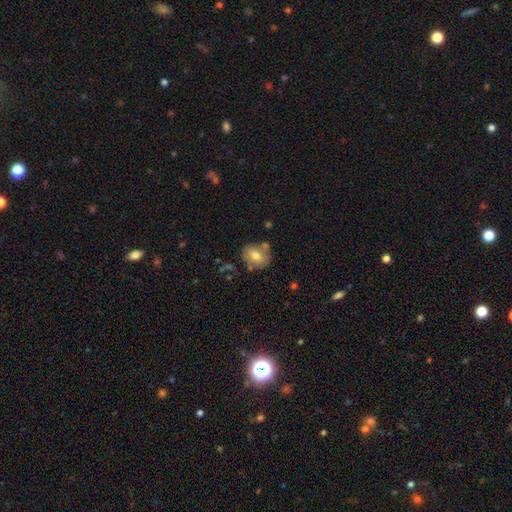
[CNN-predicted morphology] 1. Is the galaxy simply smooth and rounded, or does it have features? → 70% smooth, 21% featured or disk, 9% star or artifact.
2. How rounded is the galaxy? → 63% round, 36% in between, 1% cigar-shaped.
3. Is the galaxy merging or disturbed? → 70% none, 15% minor disturbance, 12% merger, 4% major disturbance.